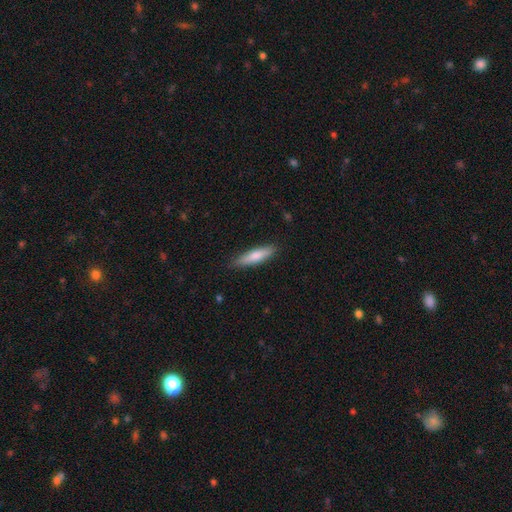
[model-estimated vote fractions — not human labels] A smooth galaxy with no disk features (75%) that is cigar-shaped (75%).

Vote fractions:
- Smooth or featured? smooth: 75% / featured or disk: 20% / star or artifact: 5%
- How rounded? cigar-shaped: 75% / in between: 23% / round: 2%
- Merging? none: 86% / minor disturbance: 10% / major disturbance: 2% / merger: 1%